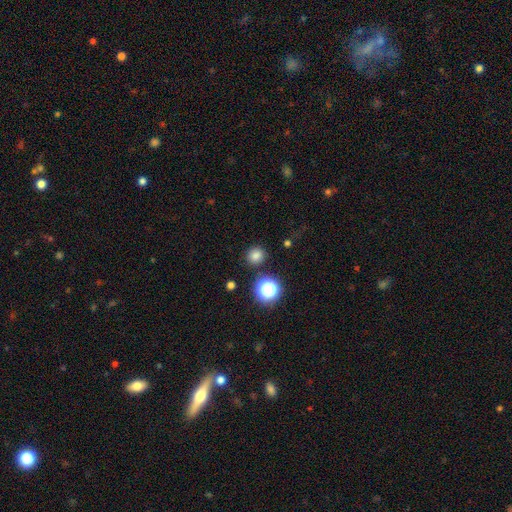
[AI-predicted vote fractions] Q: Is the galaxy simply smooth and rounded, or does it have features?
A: smooth — 78%.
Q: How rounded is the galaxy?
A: round — 88%.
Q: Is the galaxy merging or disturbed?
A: none — 87%.